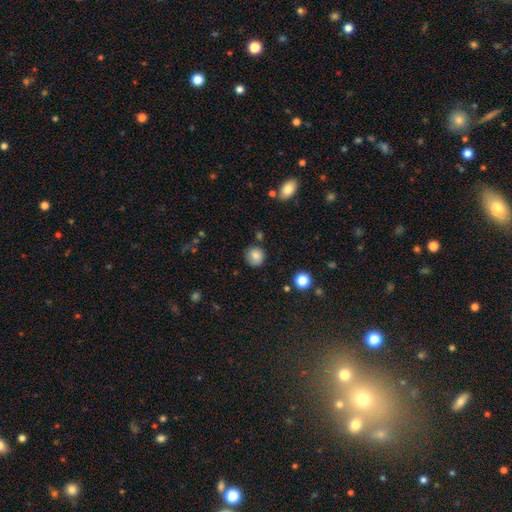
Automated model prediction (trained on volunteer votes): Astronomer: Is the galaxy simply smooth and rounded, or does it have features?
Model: smooth — 79%.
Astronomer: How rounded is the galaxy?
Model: round — 88%.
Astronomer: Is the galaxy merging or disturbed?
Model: none — 76%.